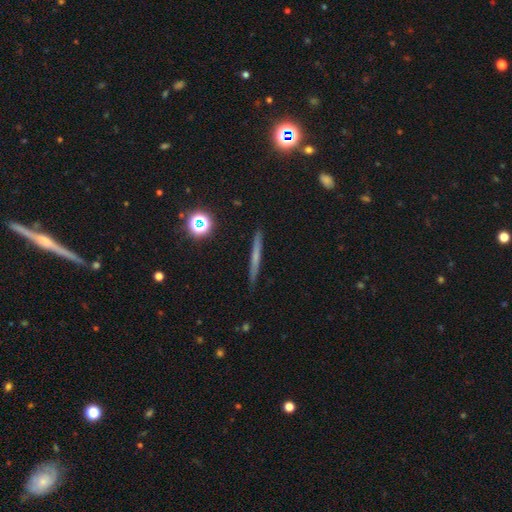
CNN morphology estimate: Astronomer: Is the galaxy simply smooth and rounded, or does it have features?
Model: smooth — 47% (runner-up: featured or disk, 40%).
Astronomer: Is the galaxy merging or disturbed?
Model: none — 90%.